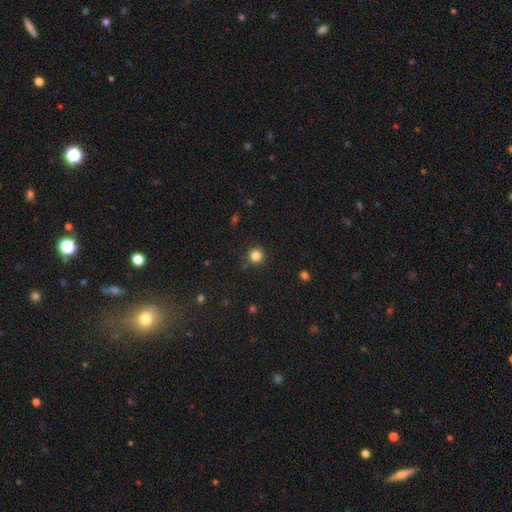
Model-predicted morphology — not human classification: This is clearly a smooth galaxy (83%). How rounded: clearly round (95%). Merging: clearly none (89%).